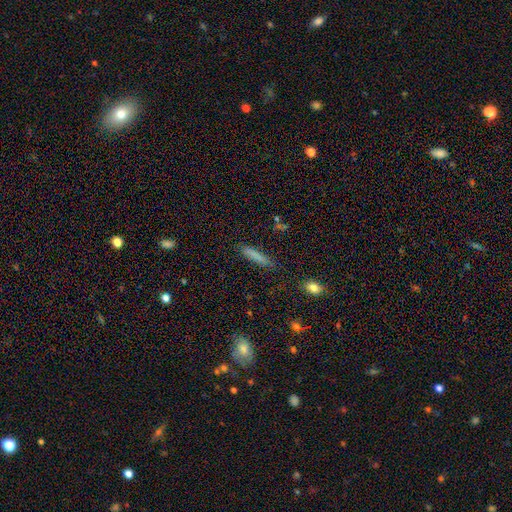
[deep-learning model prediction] The model was most divided on "smooth or featured": smooth: 80%, featured or disk: 11%, star or artifact: 9%. More confident: how rounded — cigar-shaped (87%); merging — none (83%).